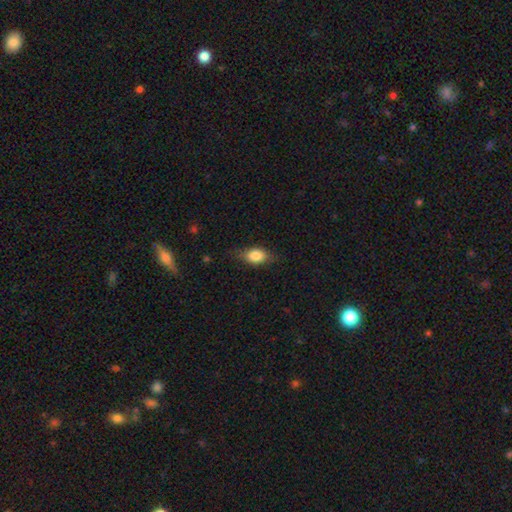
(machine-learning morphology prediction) This is likely a smooth galaxy (77%). How rounded: likely in between (80%). Merging: likely none (73%).